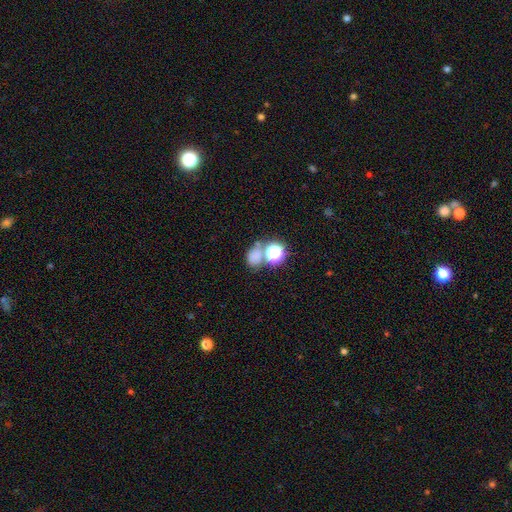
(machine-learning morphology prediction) Smooth or featured? Predicted: smooth (p=0.65). How rounded? Predicted: round (p=0.56). Merging? Predicted: none (p=0.49).